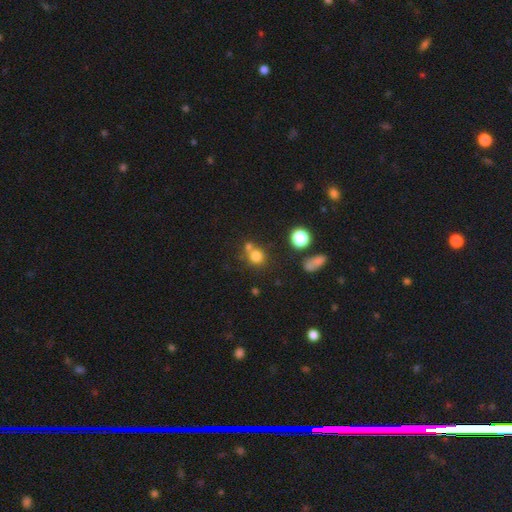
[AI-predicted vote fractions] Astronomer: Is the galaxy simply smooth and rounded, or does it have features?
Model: smooth — 76%.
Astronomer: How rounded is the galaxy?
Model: round — 85%.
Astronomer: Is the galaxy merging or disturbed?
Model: none — 55% (runner-up: merger, 31%).